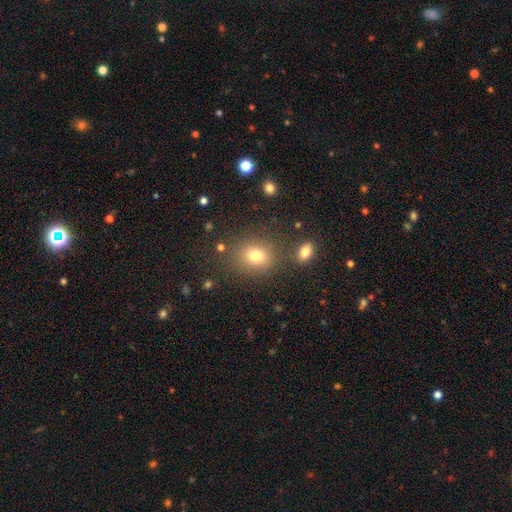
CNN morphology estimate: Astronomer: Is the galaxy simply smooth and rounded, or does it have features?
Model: smooth — 77%.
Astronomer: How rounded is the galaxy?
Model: round — 60% (runner-up: in between, 39%).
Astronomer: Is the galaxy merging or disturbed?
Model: none — 79%.